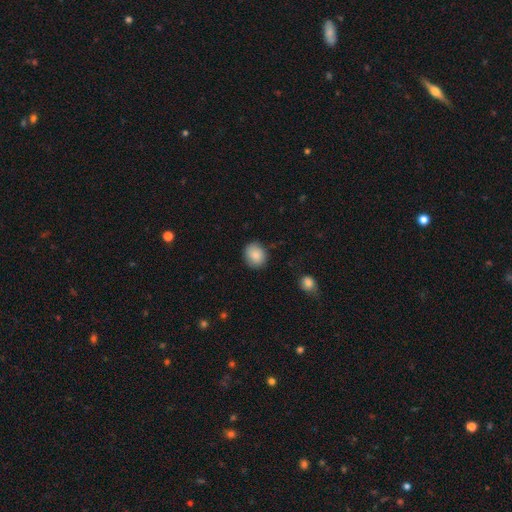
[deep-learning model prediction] smooth 87%, star or artifact 8%, featured or disk 5%. Down the decision tree: how rounded — round (66%); merging — none (83%).